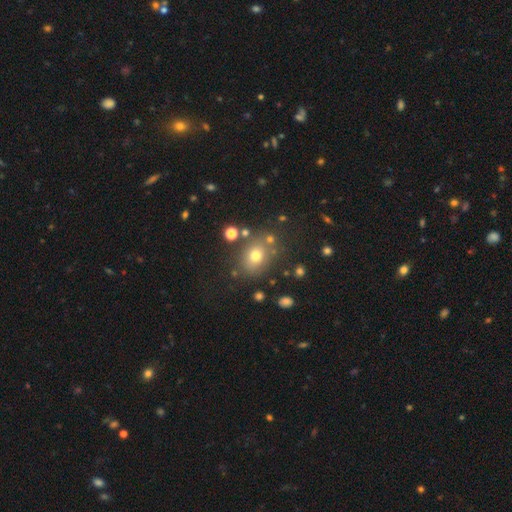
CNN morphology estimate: Smooth or featured: smooth — 70% (star or artifact — 16%)
How rounded: in between — 50% (round — 49%)
Merging: none — 75% (minor disturbance — 13%)